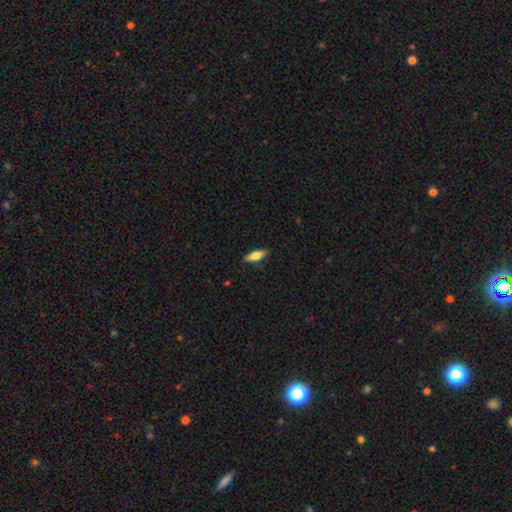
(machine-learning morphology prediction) Smooth or featured? Predicted: smooth (p=0.69). How rounded? Predicted: in between (p=0.58). Merging? Predicted: none (p=0.86).